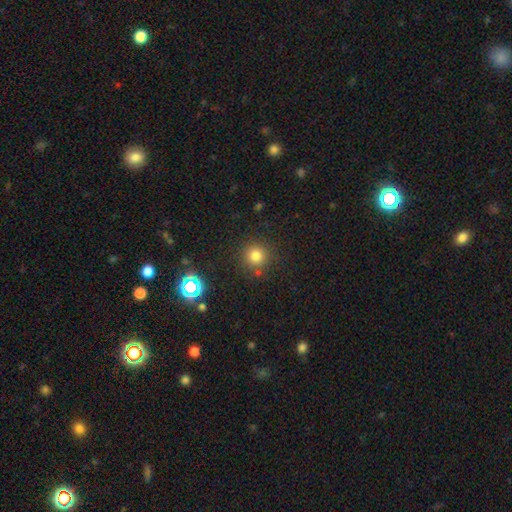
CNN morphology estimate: smooth 78%, star or artifact 16%, featured or disk 6%. Down the decision tree: how rounded — round (94%); merging — none (85%).